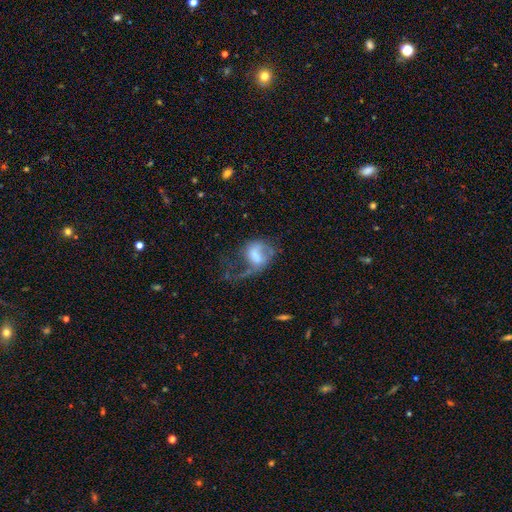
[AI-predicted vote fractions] Smooth or featured? Predicted: featured or disk (p=0.46, tied with smooth). Merging? Predicted: major disturbance (p=0.58).